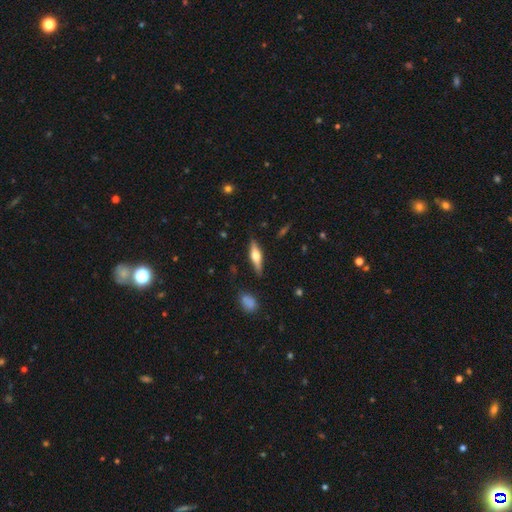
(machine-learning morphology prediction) Smooth or featured?
  - featured or disk: 58% *
  - smooth: 36%
  - star or artifact: 6%
Edge-on disk?
  - yes: 95% *
  - no: 5%
Edge-on bulge?
  - rounded: 92% *
  - boxy: 6%
  - none: 2%
Merging?
  - none: 85% *
  - minor disturbance: 11%
  - major disturbance: 2%
  - merger: 2%